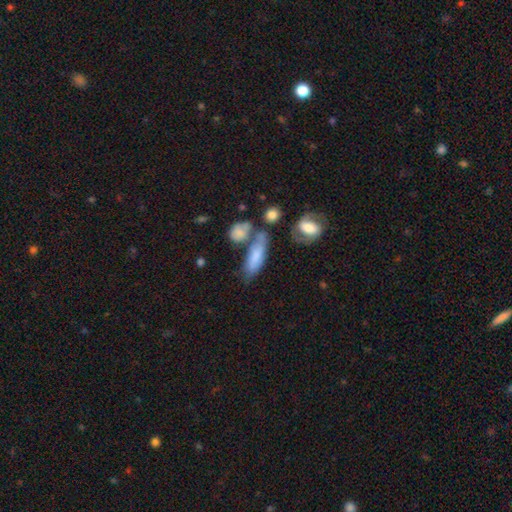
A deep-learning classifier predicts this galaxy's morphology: A smooth galaxy with no disk features (68%) that is in between round and cigar-shaped (57%).

Vote fractions:
- Smooth or featured? smooth: 68% / featured or disk: 23% / star or artifact: 9%
- How rounded? in between: 57% / cigar-shaped: 38% / round: 4%
- Merging? none: 43% / merger: 25% / minor disturbance: 21% / major disturbance: 11%